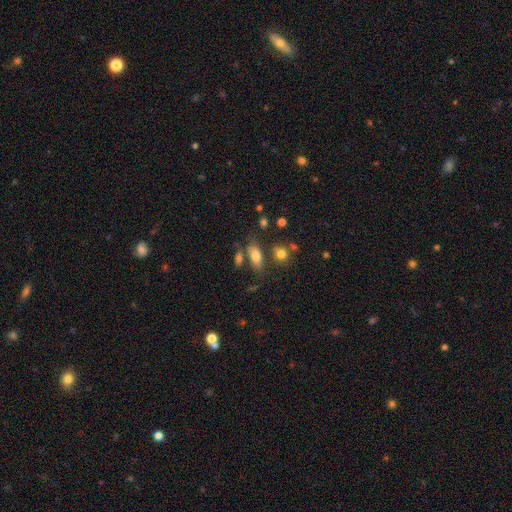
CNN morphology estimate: type=smooth (76%); roundness=in between (83%); merging=none (65%).